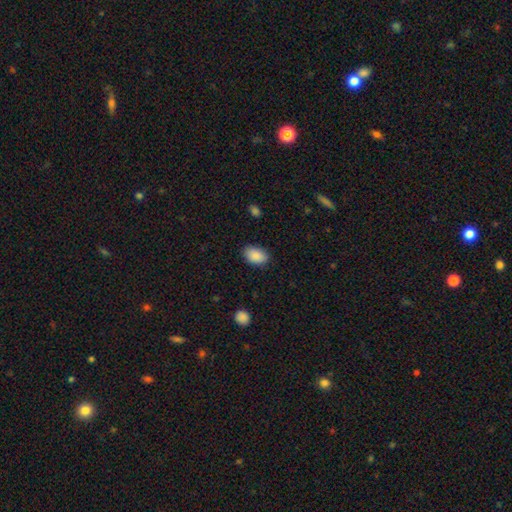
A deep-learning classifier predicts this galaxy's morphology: This appears to be a smooth galaxy with no disk features (89%) that is in between round and cigar-shaped (90%). Merging: none (85%).